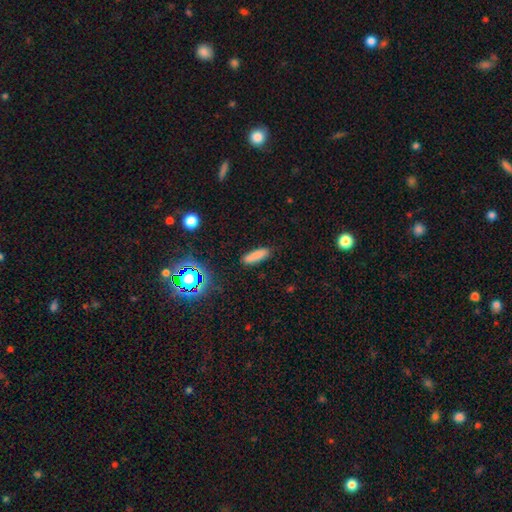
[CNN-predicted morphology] type=smooth (81%); roundness=cigar-shaped (62%); merging=none (86%).